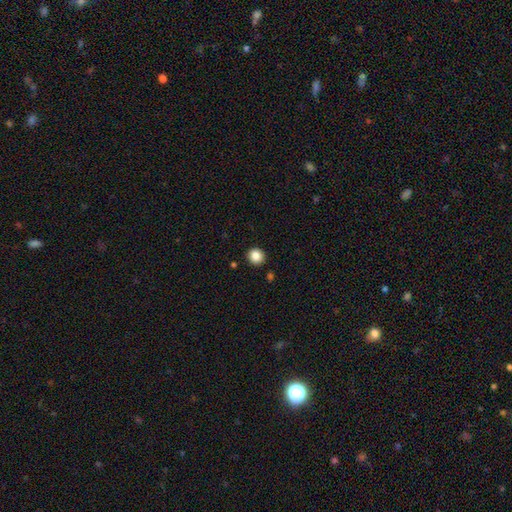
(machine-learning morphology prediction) Overall: smooth (86%). How rounded: round (89%). Merging: none (91%).